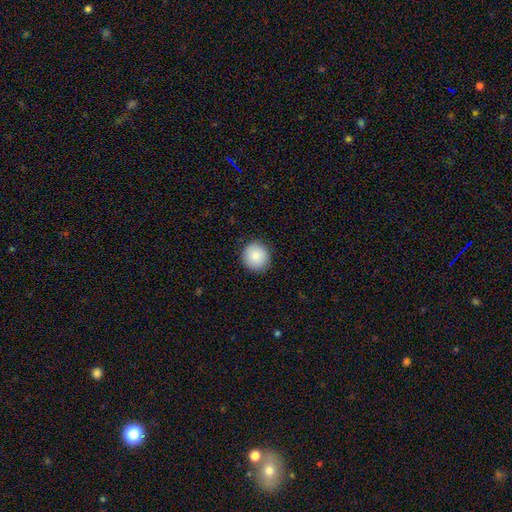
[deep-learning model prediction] Smooth or featured? smooth (88%)
How rounded? round (93%)
Merging? none (91%)